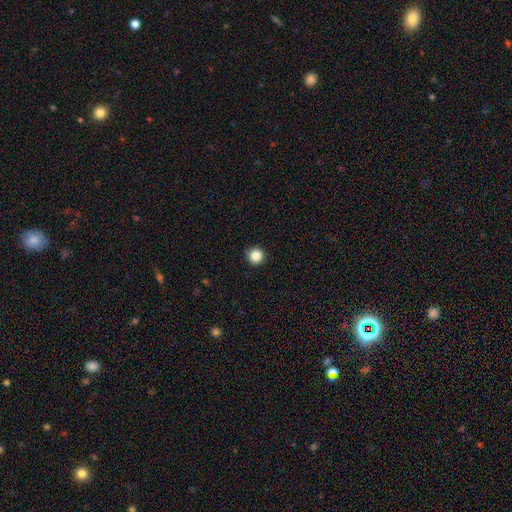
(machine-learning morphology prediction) A smooth galaxy with no disk features (86%) that is round (95%). Merging: none (93%).